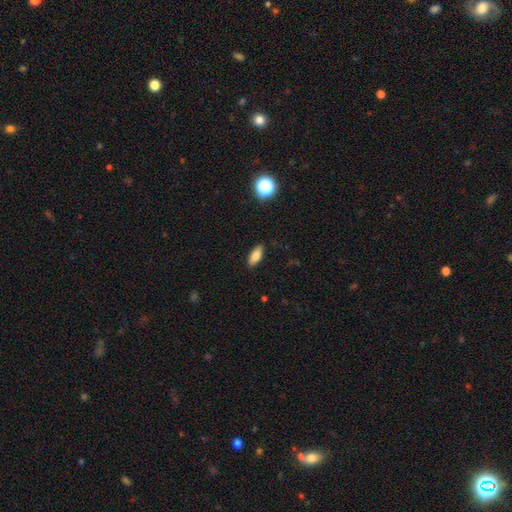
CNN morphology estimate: Smooth or featured: smooth — 81% (featured or disk — 11%)
How rounded: in between — 81% (cigar-shaped — 16%)
Merging: none — 88% (minor disturbance — 9%)